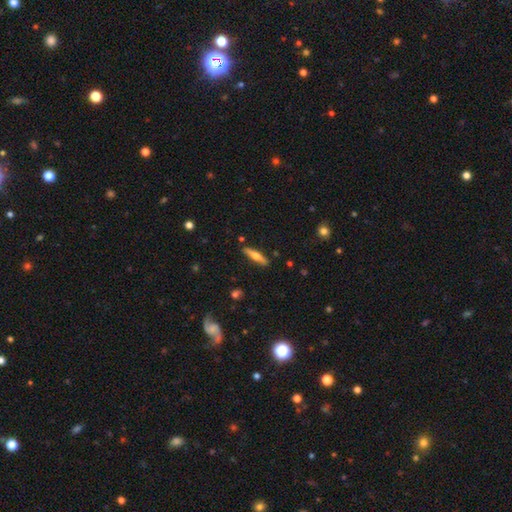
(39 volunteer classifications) Smooth or featured?
  - smooth: 56% *
  - featured or disk: 38%
  - star or artifact: 5%
How rounded?
  - cigar-shaped: 82% *
  - in between: 14%
  - round: 5%
Merging?
  - none: 89% *
  - major disturbance: 5%
  - minor disturbance: 3%
  - merger: 3%